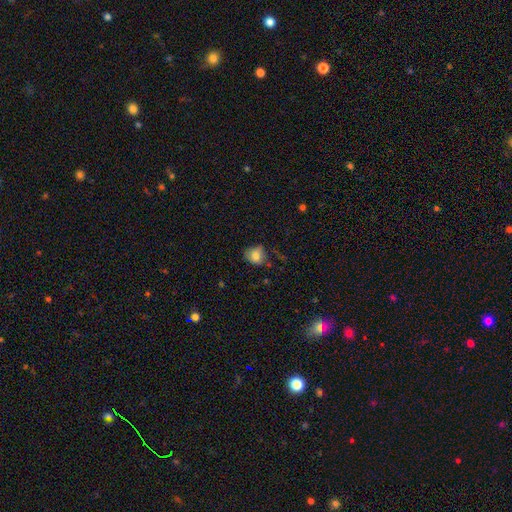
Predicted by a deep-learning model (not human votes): Morphology: type=smooth (78%); roundness=round (61%); merging=none (60%).